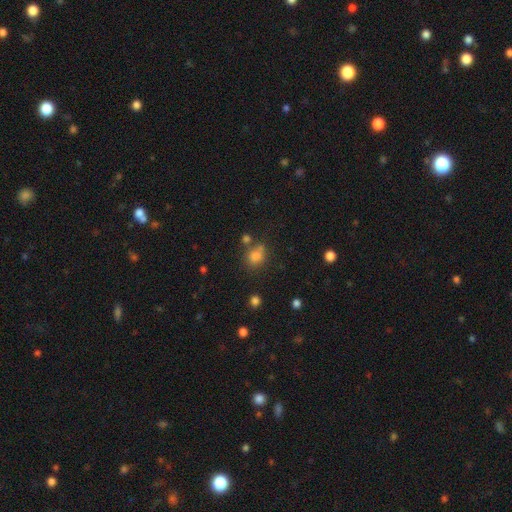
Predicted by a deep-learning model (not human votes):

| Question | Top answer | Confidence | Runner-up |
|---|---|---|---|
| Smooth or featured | smooth | 77% | star or artifact (16%) |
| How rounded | round | 70% | in between (29%) |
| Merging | none | 62% | merger (18%) |